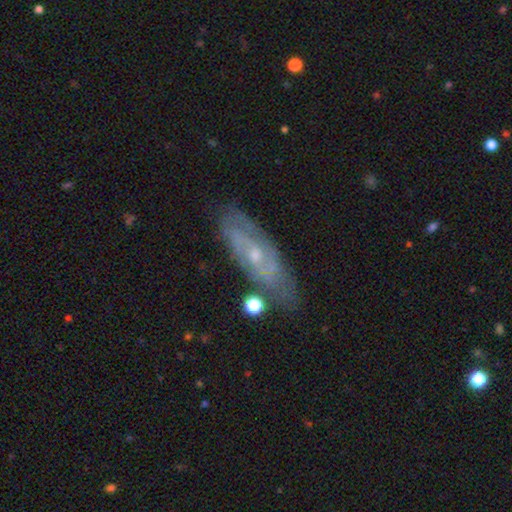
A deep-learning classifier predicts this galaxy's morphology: featured or disk 73%, smooth 19%, star or artifact 8%. Down the decision tree: edge-on disk — no (81%); bar — no (60%); spiral arms — yes (80%); bulge size — small (66%); merging — none (75%).